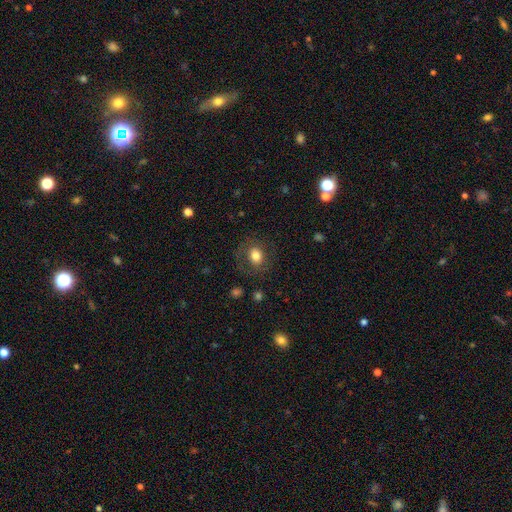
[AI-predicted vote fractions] Smooth or featured? Predicted: smooth (p=0.74). How rounded? Predicted: round (p=0.62). Merging? Predicted: none (p=0.78).